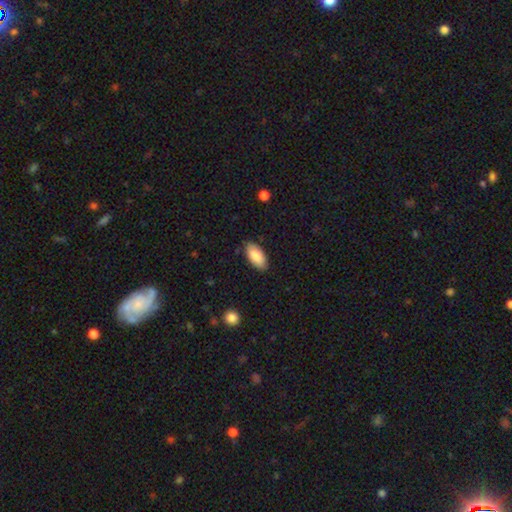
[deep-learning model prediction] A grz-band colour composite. It shows a smooth galaxy with no disk features (84%) that is in between round and cigar-shaped (93%). Merging: none (86%).